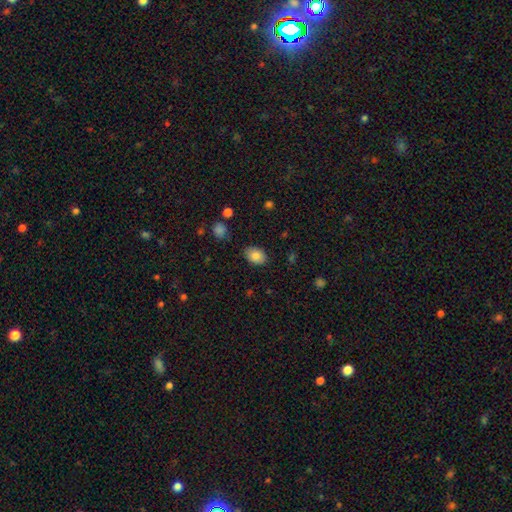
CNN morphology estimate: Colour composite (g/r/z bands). It shows a smooth galaxy with no disk features (85%) that is in between round and cigar-shaped (80%). Merging: none (83%).